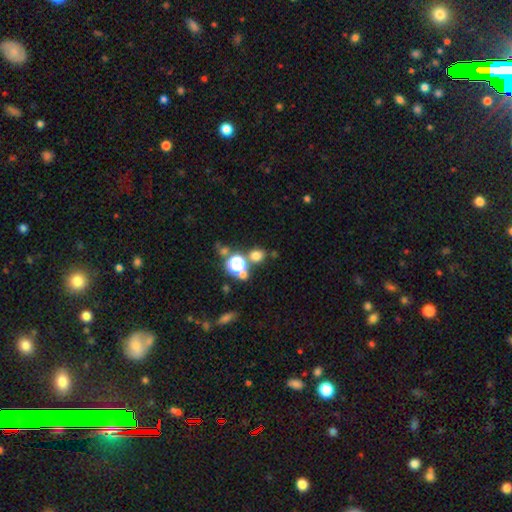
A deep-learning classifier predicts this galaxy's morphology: Smooth or featured: smooth — 68% (star or artifact — 25%)
How rounded: round — 79% (in between — 20%)
Merging: none — 70% (merger — 17%)